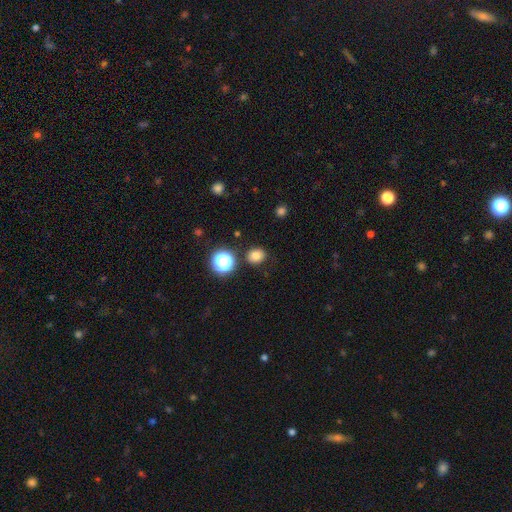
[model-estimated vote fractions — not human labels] Smooth or featured? Predicted: smooth (p=0.79). How rounded? Predicted: round (p=0.70). Merging? Predicted: none (p=0.86).